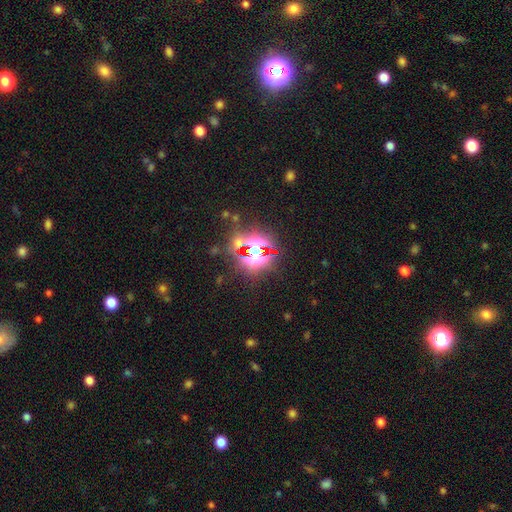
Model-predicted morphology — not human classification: smooth_or_featured: star or artifact (p=0.78) [alt: smooth p=0.13]